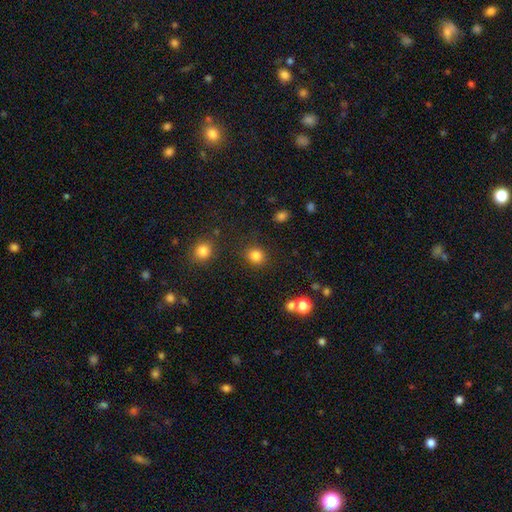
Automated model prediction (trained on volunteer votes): Smooth or featured? smooth (84%)
How rounded? round (83%)
Merging? none (86%)